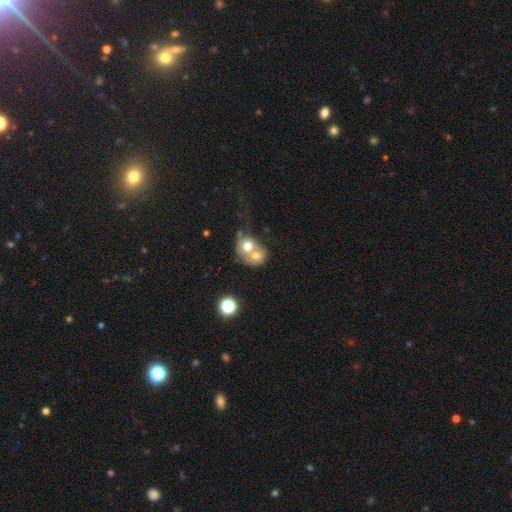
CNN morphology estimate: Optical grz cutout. It shows a smooth galaxy with no disk features (63%) that is round (63%). Merging: merger (76%).